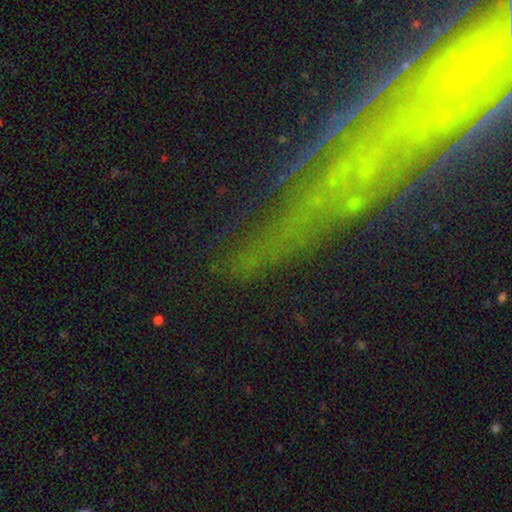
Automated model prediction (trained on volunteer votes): Q: Smooth or featured?
A: featured or disk (50%); runner-up: star or artifact (31%)
Q: Merging?
A: none (75%); runner-up: minor disturbance (14%)